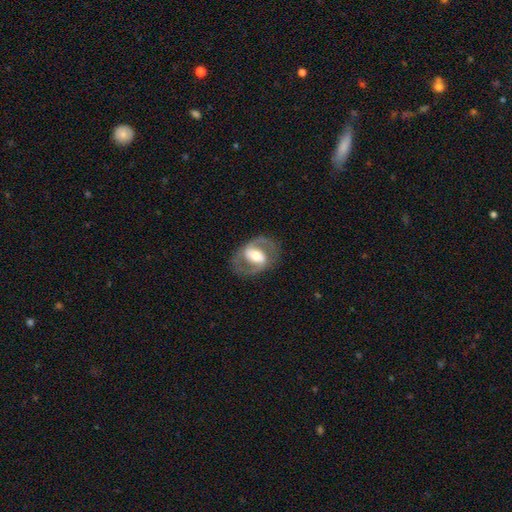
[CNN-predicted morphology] Smooth or featured: featured or disk — 80% (smooth — 15%)
Edge-on disk: no — 96% (yes — 4%)
Bar: strong — 43% (weak — 36%)
Spiral arms: yes — 81% (no — 19%)
Spiral winding: medium — 56% (tight — 23%)
Spiral arm count: 2 — 89% (can't tell — 5%)
Bulge size: moderate — 59% (large — 22%)
Merging: none — 79% (minor disturbance — 11%)